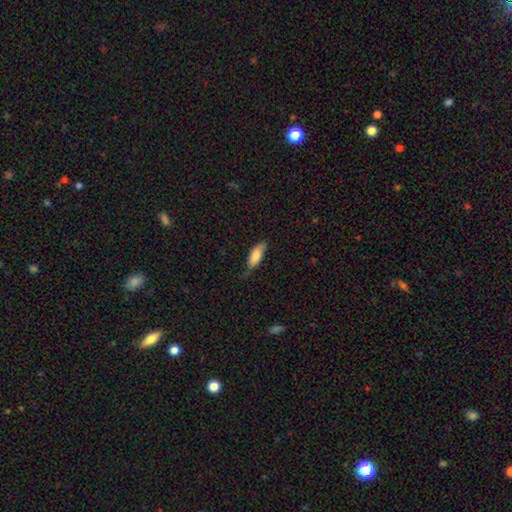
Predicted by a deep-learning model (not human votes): smooth 83%, featured or disk 11%, star or artifact 6%. Down the decision tree: how rounded — in between (68%); merging — none (67%).